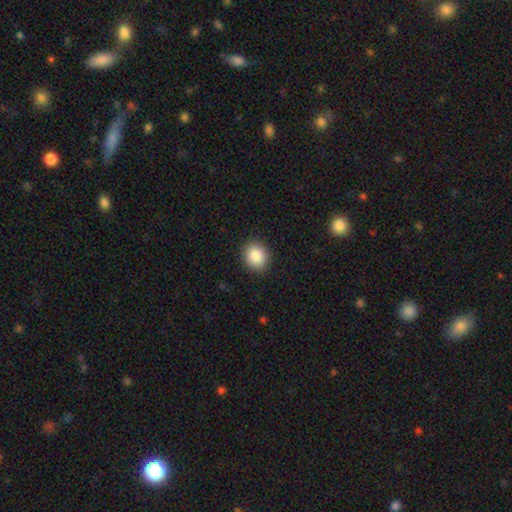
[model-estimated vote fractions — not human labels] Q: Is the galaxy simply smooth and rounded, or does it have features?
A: smooth — 87%.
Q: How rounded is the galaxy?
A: round — 72%.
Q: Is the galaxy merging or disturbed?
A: none — 90%.